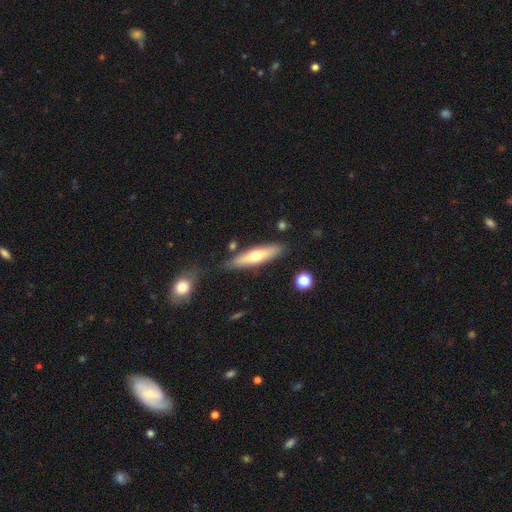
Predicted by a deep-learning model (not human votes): smooth_or_featured: smooth (p=0.51) [alt: featured or disk p=0.43]
how_rounded: cigar-shaped (p=0.74) [alt: in between p=0.24]
merging: none (p=0.81) [alt: minor disturbance p=0.13]